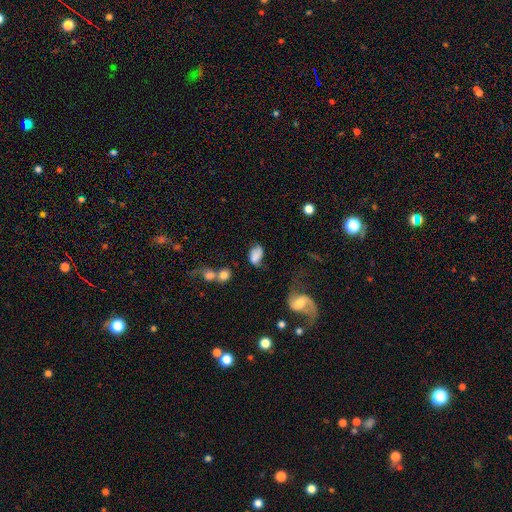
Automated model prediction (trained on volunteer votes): smooth-or-featured: smooth: 60% | featured or disk: 29% | star or artifact: 11%
  how-rounded: in between: 84% | round: 14% | cigar-shaped: 2%
  merging: none: 43% | minor disturbance: 28% | major disturbance: 20% | merger: 10%